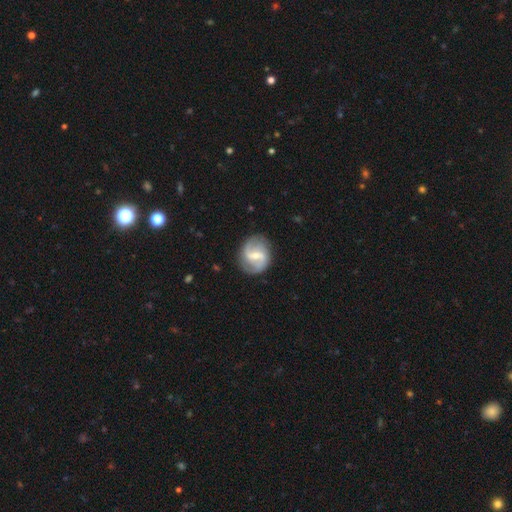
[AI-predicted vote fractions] A featured or disk galaxy (82%) with a weak bar (50%), 2 (88%) loose (42%, tied with medium) spiral arms (93%) and a small central bulge (53%).

Vote fractions:
- Smooth or featured? featured or disk: 82% / smooth: 13% / star or artifact: 5%
- Edge-on disk? no: 98% / yes: 2%
- Bar? weak: 50% / strong: 36% / no: 14%
- Spiral arms? yes: 93% / no: 7%
- Spiral winding? loose: 42% (tied) / medium: 42% (tied) / tight: 16%
- Spiral arm count? 2: 88% / can't tell: 5% / 3: 2% / 1: 2% / 4: 1% / more than 4: 1%
- Bulge size? small: 53% / moderate: 42% / none: 3% / large: 2% / dominant: 1%
- Merging? none: 82% / minor disturbance: 12% / major disturbance: 4% / merger: 1%